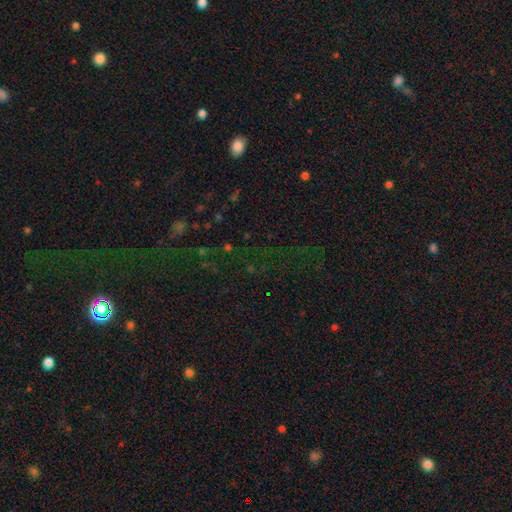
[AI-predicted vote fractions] This appears to be a star or artifact, not a galaxy (72%).